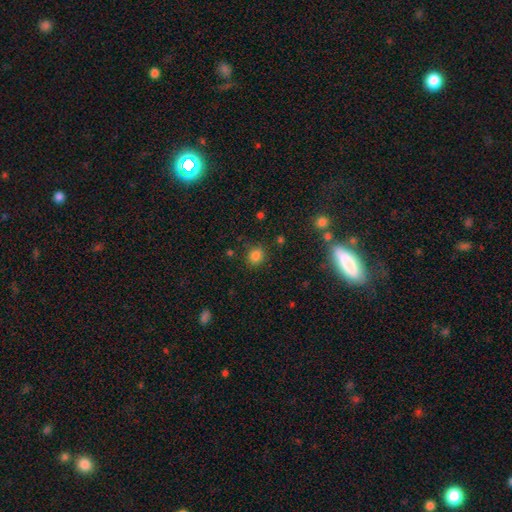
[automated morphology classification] smooth 82%, star or artifact 14%, featured or disk 4%. Down the decision tree: how rounded — round (78%); merging — none (84%).